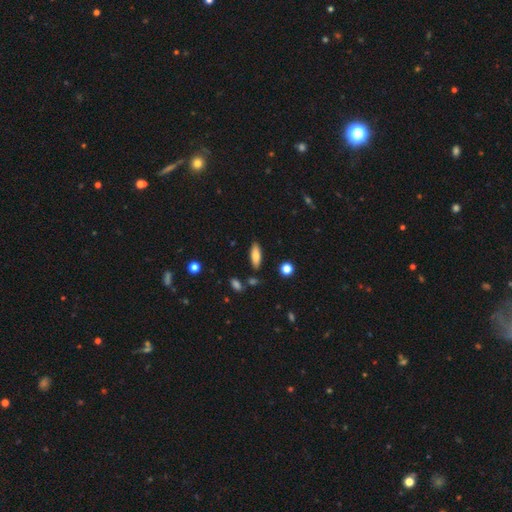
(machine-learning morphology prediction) smooth-or-featured: smooth: 77% | featured or disk: 16% | star or artifact: 7%
  how-rounded: in between: 63% | cigar-shaped: 35% | round: 2%
  merging: none: 85% | minor disturbance: 10% | merger: 3% | major disturbance: 2%